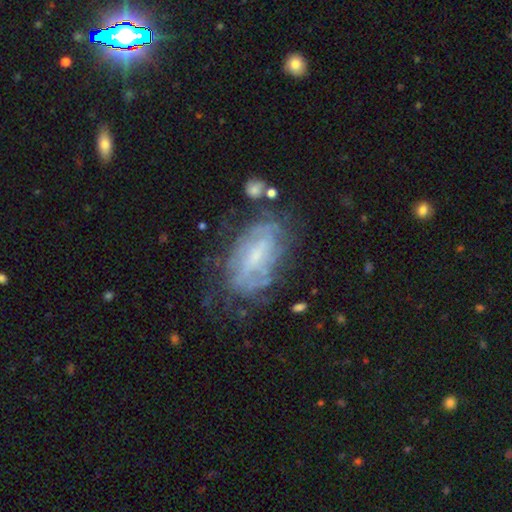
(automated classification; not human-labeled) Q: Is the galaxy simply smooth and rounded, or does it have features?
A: featured or disk — 70%.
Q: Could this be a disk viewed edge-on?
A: no — 94%.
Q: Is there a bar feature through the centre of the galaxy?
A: weak — 44%.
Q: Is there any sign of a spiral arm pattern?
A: yes — 71%.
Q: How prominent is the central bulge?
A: small — 59%.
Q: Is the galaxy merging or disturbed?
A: none — 58%.